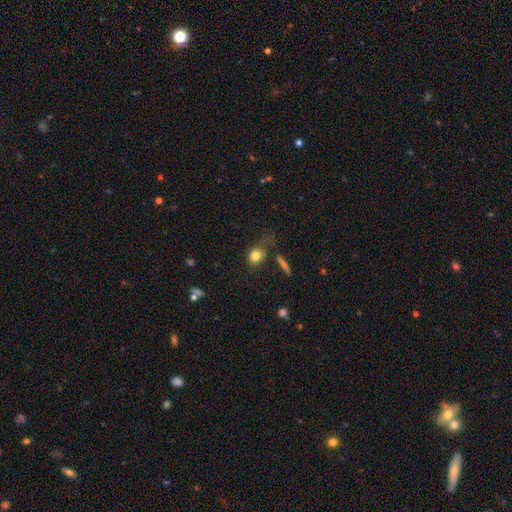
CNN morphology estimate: A smooth galaxy with no disk features (80%) that is round (53%).

Vote fractions:
- Smooth or featured? smooth: 80% / featured or disk: 10% / star or artifact: 10%
- How rounded? round: 53% / in between: 44% / cigar-shaped: 3%
- Merging? none: 49% / minor disturbance: 24% / major disturbance: 21% / merger: 6%